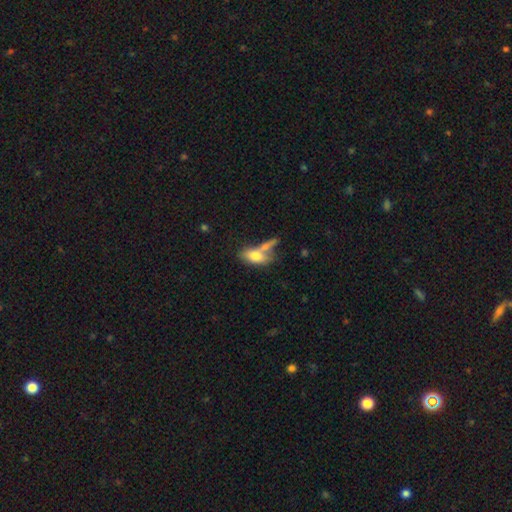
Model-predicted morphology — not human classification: This appears to be a smooth galaxy with no disk features (72%) that is in between round and cigar-shaped (83%). Merging: merger (43%).